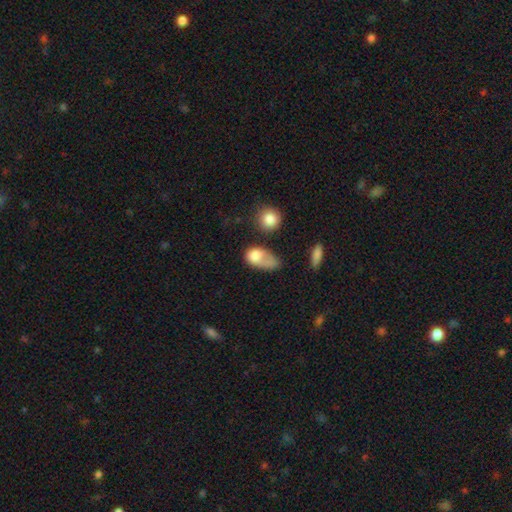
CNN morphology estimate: The model was most divided on "merging": major disturbance: 42%, minor disturbance: 24%, none: 20%, merger: 14%. More confident: how rounded — in between (80%); smooth or featured — smooth (71%).